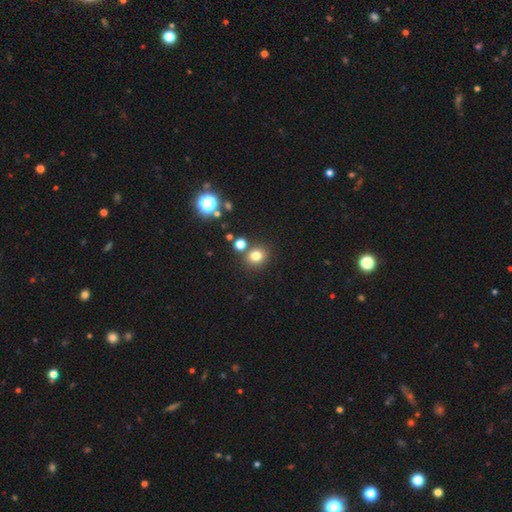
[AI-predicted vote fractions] Smooth or featured? smooth (77%)
How rounded? round (82%)
Merging? none (78%)